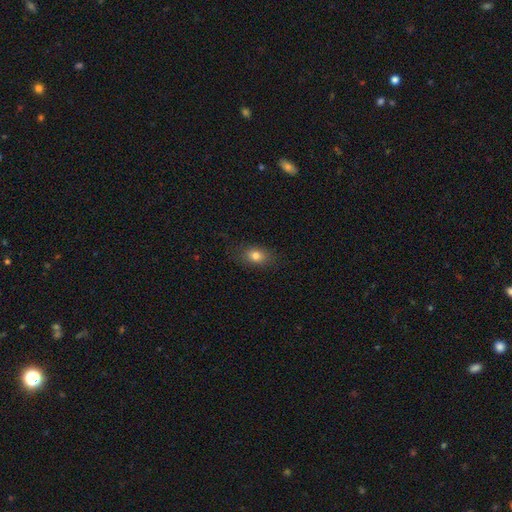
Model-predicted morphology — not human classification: Smooth or featured? smooth (80%)
How rounded? in between (73%)
Merging? none (81%)